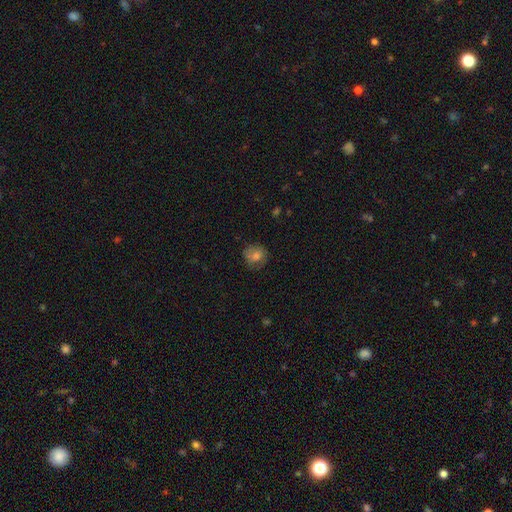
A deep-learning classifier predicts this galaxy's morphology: This appears to be a smooth galaxy with no disk features (71%) that is round (79%). Merging: none (71%).